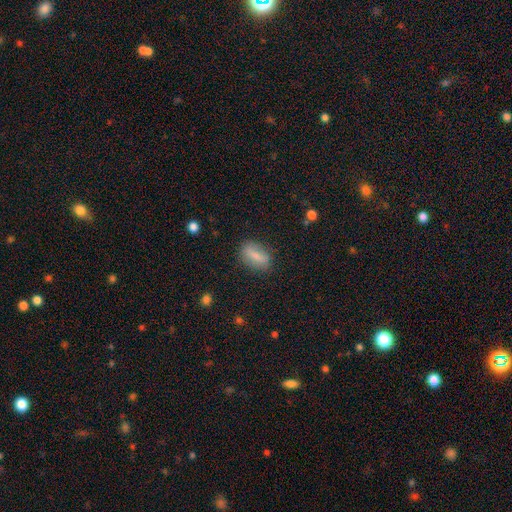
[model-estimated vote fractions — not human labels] Smooth or featured? Predicted: smooth (p=0.77). How rounded? Predicted: in between (p=0.78). Merging? Predicted: none (p=0.79).